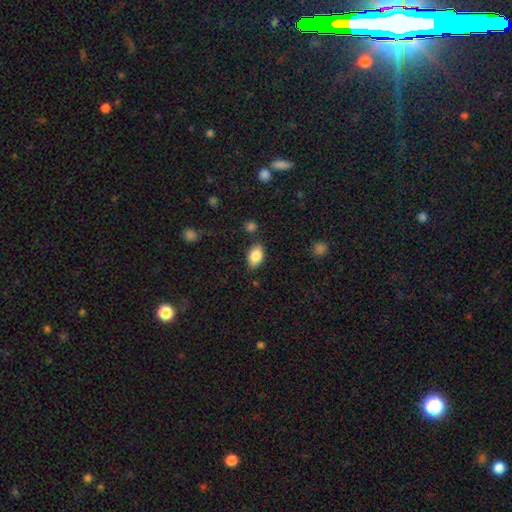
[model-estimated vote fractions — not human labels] Smooth or featured? Predicted: smooth (p=0.84). How rounded? Predicted: in between (p=0.88). Merging? Predicted: none (p=0.82).